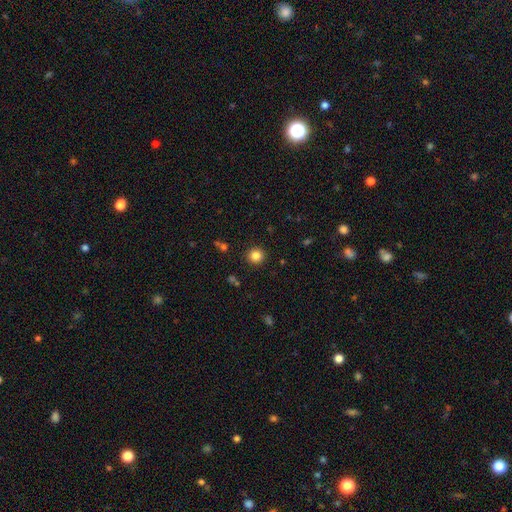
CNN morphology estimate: Smooth or featured? smooth (83%)
How rounded? round (93%)
Merging? none (91%)